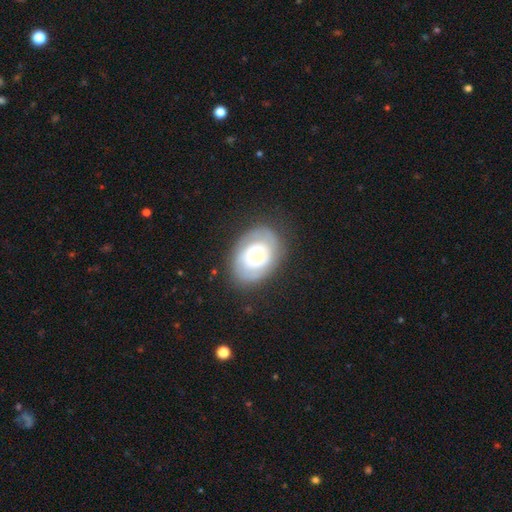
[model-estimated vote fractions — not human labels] Smooth or featured? featured or disk (65%)
Edge-on disk? no (95%)
Bar? no (83%)
Spiral arms? yes (53%)
Bulge size? moderate (63%)
Merging? none (76%)